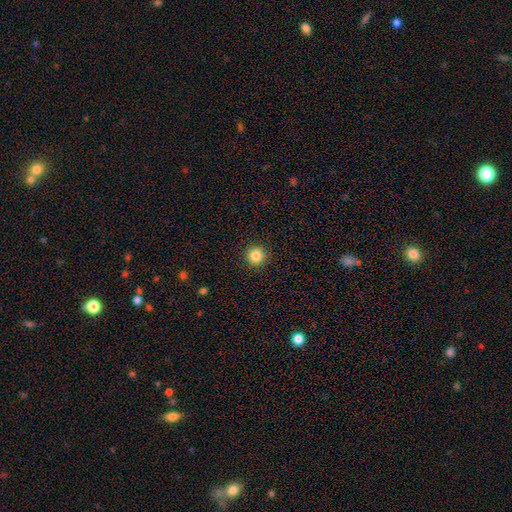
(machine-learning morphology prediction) The model was most divided on "smooth or featured": smooth: 85%, star or artifact: 11%, featured or disk: 4%. More confident: how rounded — round (95%); merging — none (93%).